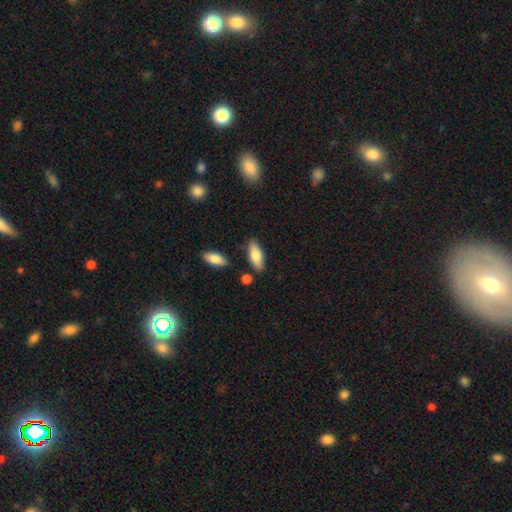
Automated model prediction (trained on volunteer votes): This appears to be a smooth galaxy with no disk features (78%) that is in between round and cigar-shaped (77%). Merging: none (79%).